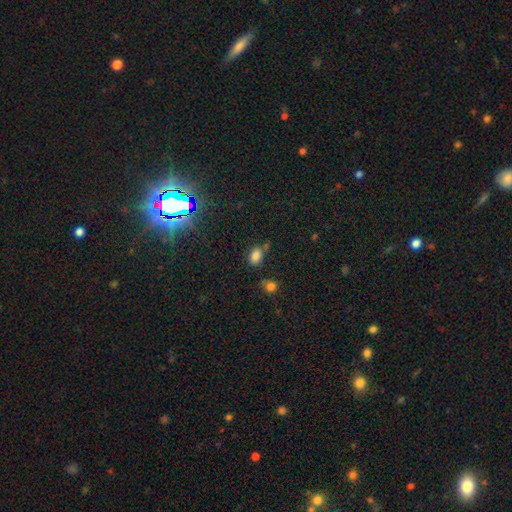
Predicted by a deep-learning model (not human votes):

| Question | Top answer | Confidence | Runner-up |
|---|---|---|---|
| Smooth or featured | smooth | 80% | star or artifact (14%) |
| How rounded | in between | 82% | round (16%) |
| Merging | none | 62% | minor disturbance (19%) |